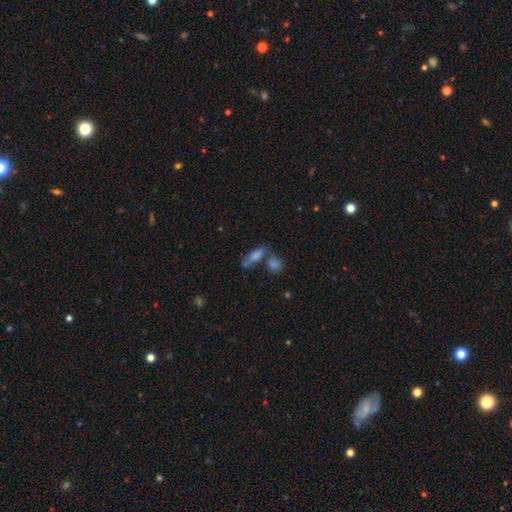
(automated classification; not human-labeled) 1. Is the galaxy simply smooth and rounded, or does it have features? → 59% smooth, 25% featured or disk, 16% star or artifact.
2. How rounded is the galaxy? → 55% in between, 37% cigar-shaped, 7% round.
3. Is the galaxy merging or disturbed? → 54% none, 26% merger, 13% minor disturbance, 7% major disturbance.